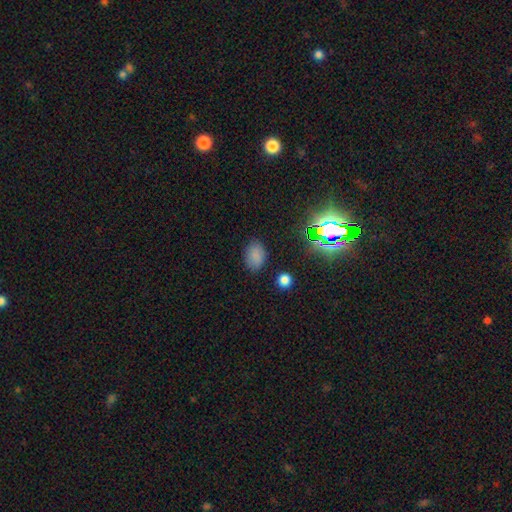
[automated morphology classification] A smooth galaxy with no disk features (78%) that is in between round and cigar-shaped (83%). Merging: none (82%).